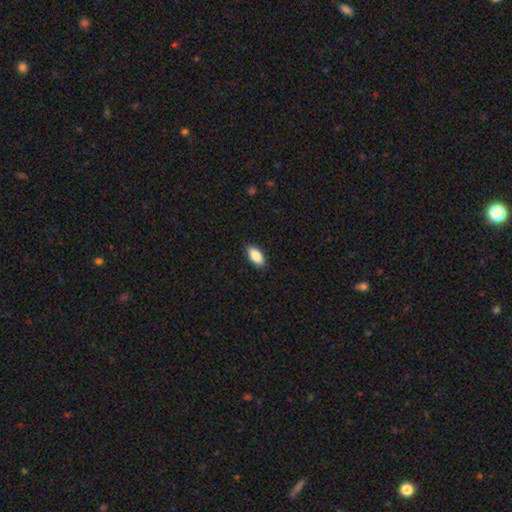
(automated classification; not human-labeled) The model was most divided on "smooth or featured": smooth: 86%, featured or disk: 8%, star or artifact: 6%. More confident: how rounded — in between (91%); merging — none (89%).